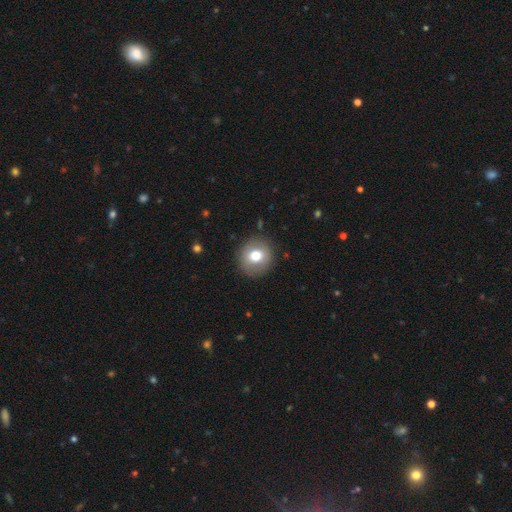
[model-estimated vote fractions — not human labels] Smooth or featured? smooth (71%)
How rounded? round (89%)
Merging? none (88%)